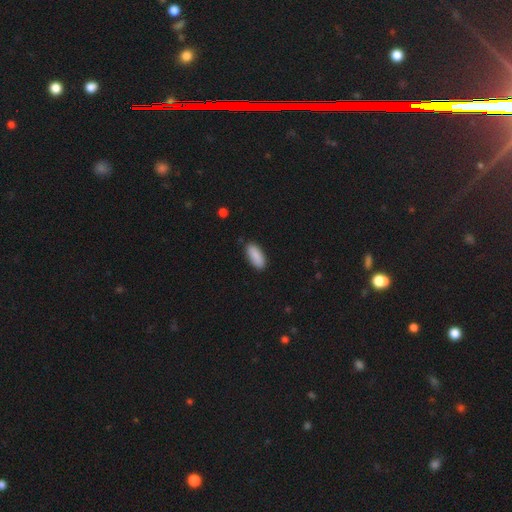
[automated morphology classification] This appears to be a smooth galaxy with no disk features (90%) that is in between round and cigar-shaped (82%). Merging: none (87%).